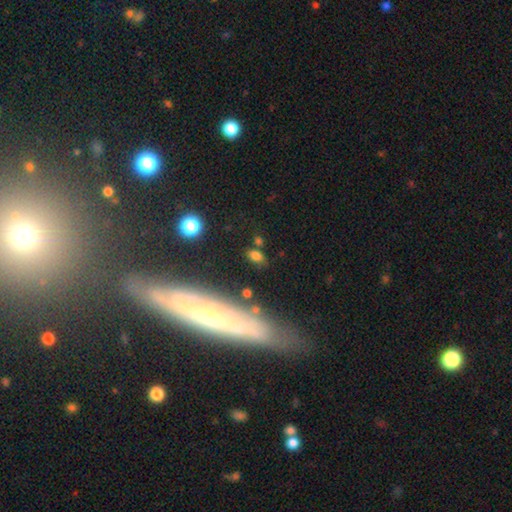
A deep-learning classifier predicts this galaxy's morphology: type=smooth (72%); roundness=in between (72%); merging=none (76%).